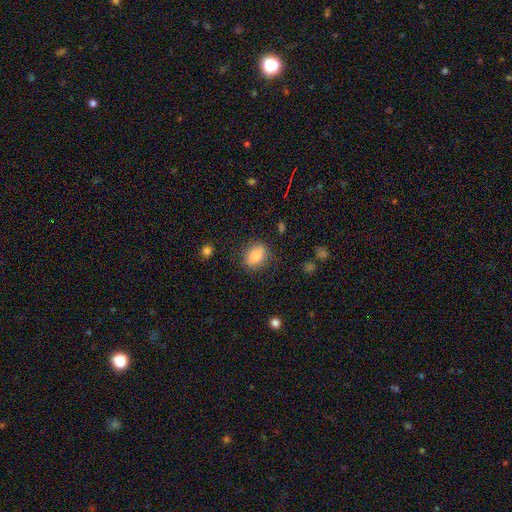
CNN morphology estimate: A smooth galaxy with no disk features (84%) that is in between round and cigar-shaped (75%). Merging: none (80%).